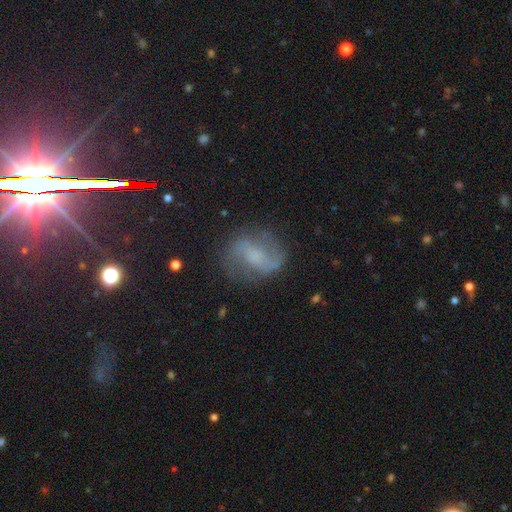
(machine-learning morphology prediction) Smooth or featured? Predicted: featured or disk (p=0.73). Edge-on disk? Predicted: no (p=0.97). Bar? Predicted: weak (p=0.45). Spiral arms? Predicted: yes (p=0.92). Spiral winding? Predicted: medium (p=0.46). Spiral arm count? Predicted: 2 (p=0.87). Bulge size? Predicted: none (p=0.37). Merging? Predicted: none (p=0.74).